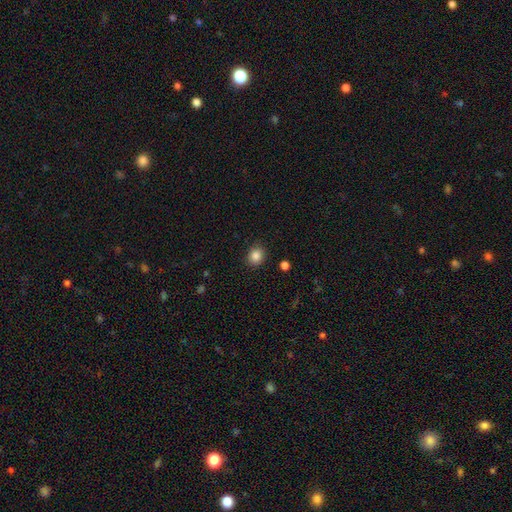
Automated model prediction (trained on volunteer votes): smooth 86%, star or artifact 10%, featured or disk 4%. Down the decision tree: how rounded — round (71%); merging — none (87%).